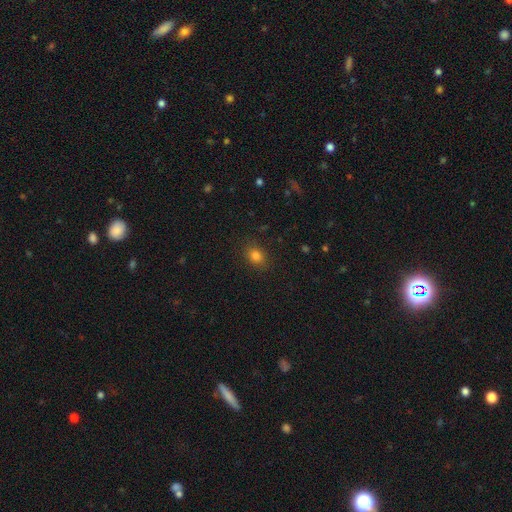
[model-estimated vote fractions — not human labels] smooth_or_featured: smooth (p=0.82) [alt: star or artifact p=0.12]
how_rounded: in between (p=0.52) [alt: round p=0.47]
merging: none (p=0.85) [alt: minor disturbance p=0.11]